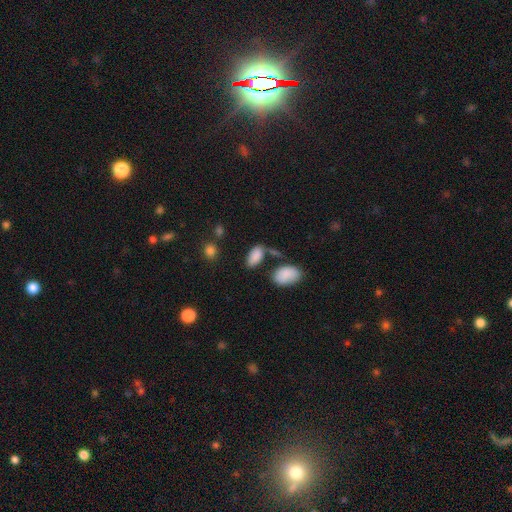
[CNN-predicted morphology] Smooth or featured?
  - smooth: 86% *
  - star or artifact: 8%
  - featured or disk: 6%
How rounded?
  - in between: 94% *
  - round: 3%
  - cigar-shaped: 3%
Merging?
  - none: 57% *
  - minor disturbance: 18%
  - merger: 17%
  - major disturbance: 8%